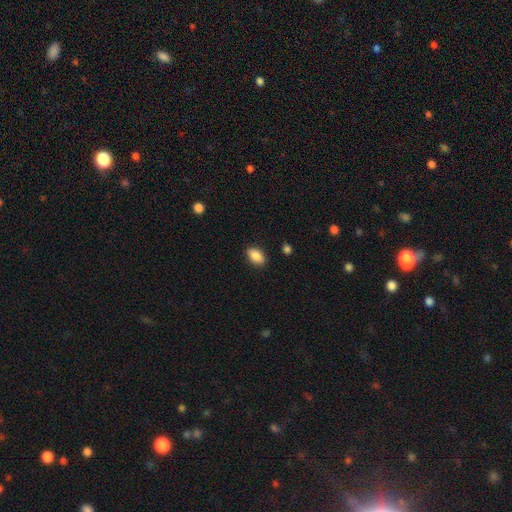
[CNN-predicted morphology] A smooth galaxy with no disk features (88%) that is in between round and cigar-shaped (89%). Merging: none (87%).